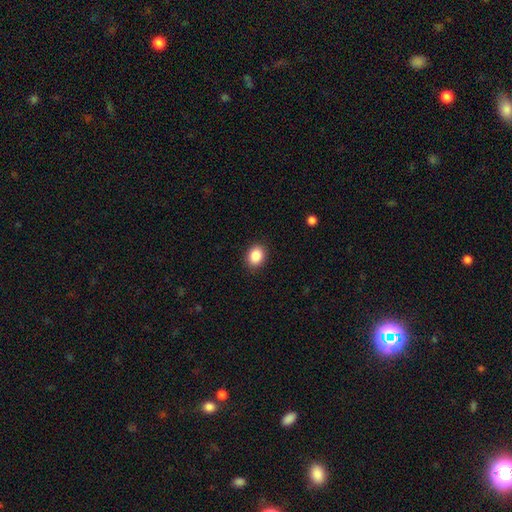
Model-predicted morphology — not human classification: A smooth galaxy with no disk features (87%) that is in between round and cigar-shaped (59%).

Vote fractions:
- Smooth or featured? smooth: 87% / star or artifact: 8% / featured or disk: 4%
- How rounded? in between: 59% / round: 40% / cigar-shaped: 1%
- Merging? none: 90% / minor disturbance: 7% / major disturbance: 2% / merger: 1%